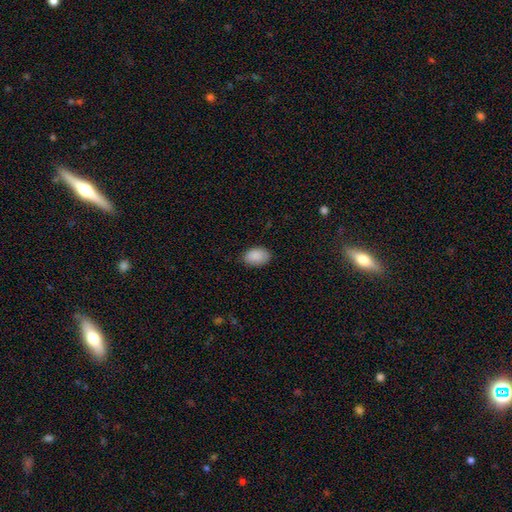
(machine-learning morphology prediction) This appears to be a smooth galaxy with no disk features (90%) that is in between round and cigar-shaped (90%). Merging: none (83%).